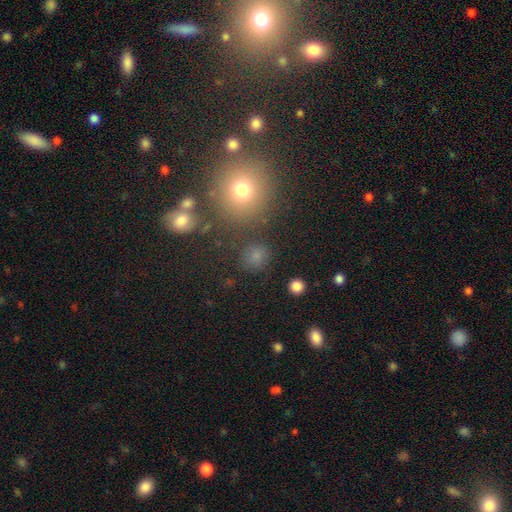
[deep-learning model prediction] Morphology: type=smooth (75%); roundness=round (87%); merging=none (81%).